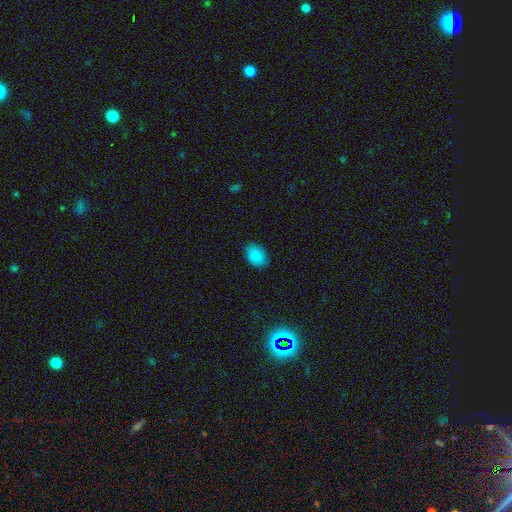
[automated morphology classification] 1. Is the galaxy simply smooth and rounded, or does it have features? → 88% smooth, 8% star or artifact, 4% featured or disk.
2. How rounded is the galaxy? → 86% in between, 13% round, 1% cigar-shaped.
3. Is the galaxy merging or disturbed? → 87% none, 10% minor disturbance, 2% major disturbance, 1% merger.